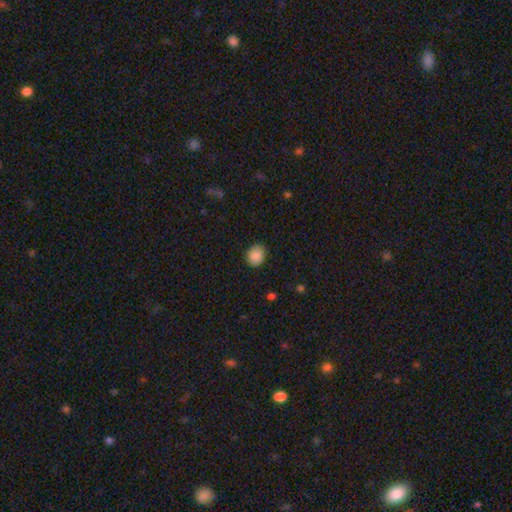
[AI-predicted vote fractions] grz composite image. It shows a smooth galaxy with no disk features (87%) that is round (67%). Merging: none (88%).